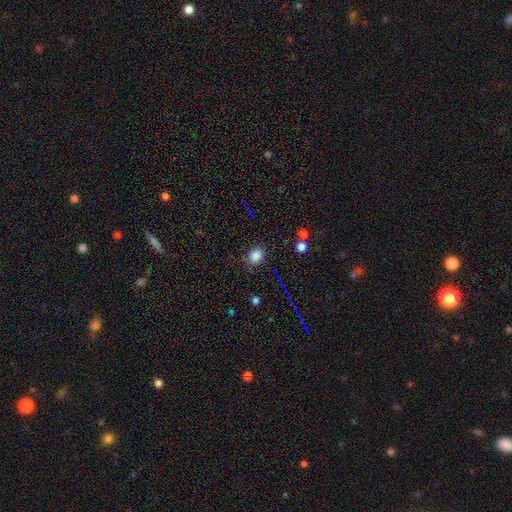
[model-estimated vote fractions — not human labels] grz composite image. It shows a smooth galaxy with no disk features (82%) that is round (63%). Merging: none (79%).